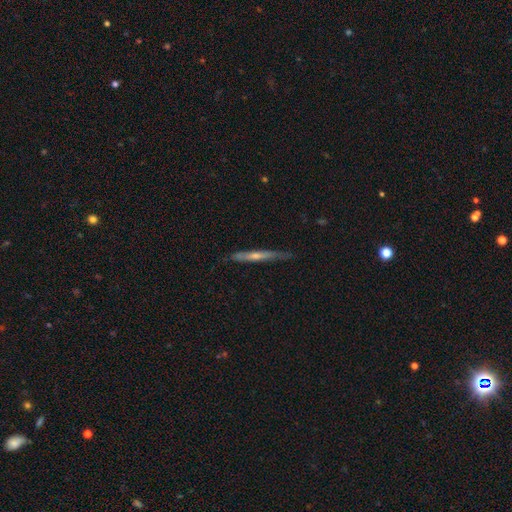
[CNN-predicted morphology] type=featured or disk (61%); edge-on=yes (94%); edge-on bulge=rounded (52%); merging=none (82%).